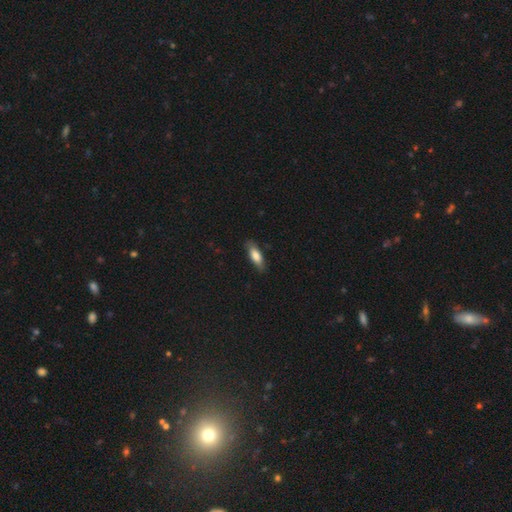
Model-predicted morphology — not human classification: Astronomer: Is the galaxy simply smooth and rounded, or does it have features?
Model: smooth — 77%.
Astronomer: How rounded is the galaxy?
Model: in between — 60% (runner-up: cigar-shaped, 38%).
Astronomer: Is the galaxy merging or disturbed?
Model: none — 82%.